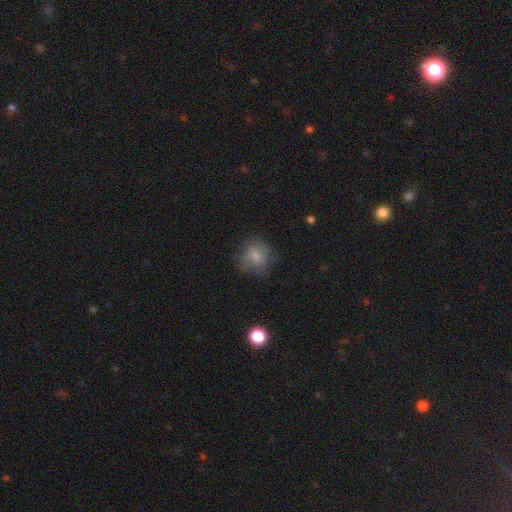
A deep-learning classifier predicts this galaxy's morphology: The model was most divided on "merging": none: 68%, minor disturbance: 21%, major disturbance: 10%, merger: 1%. More confident: how rounded — round (80%); smooth or featured — smooth (76%).